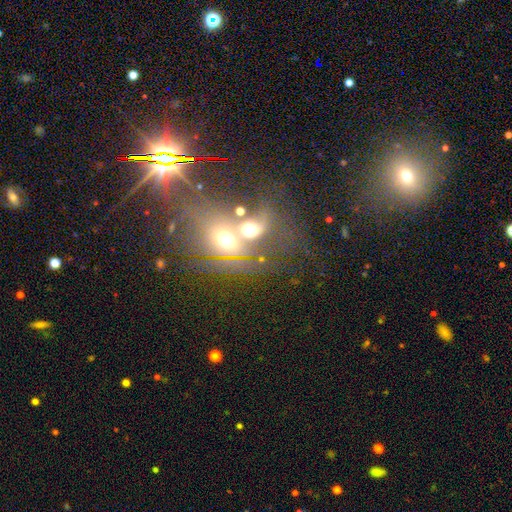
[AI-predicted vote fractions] Smooth or featured? Predicted: star or artifact (p=0.46).